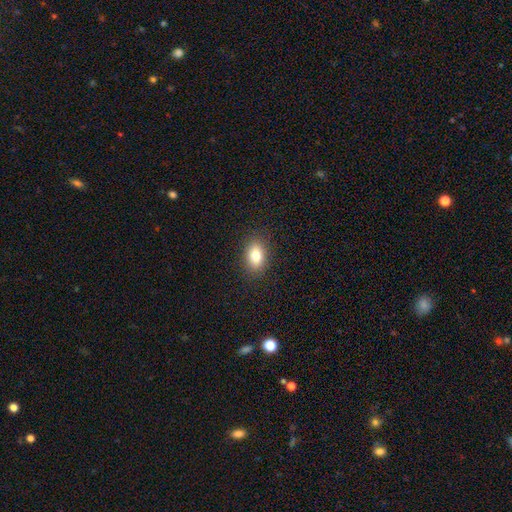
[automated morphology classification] smooth 81%, featured or disk 10%, star or artifact 10%. Down the decision tree: how rounded — in between (78%); merging — none (88%).